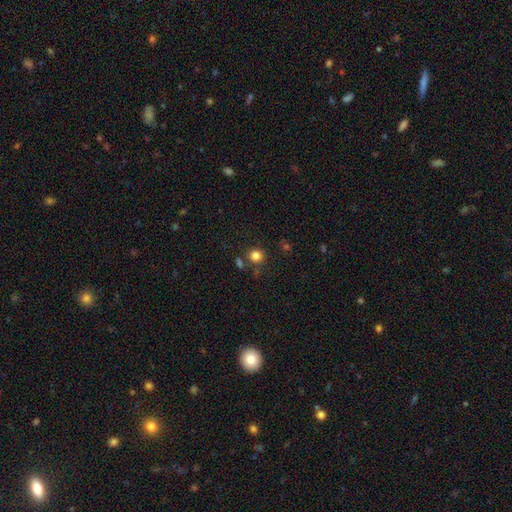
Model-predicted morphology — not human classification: Smooth or featured?
  - smooth: 81% *
  - star or artifact: 13%
  - featured or disk: 6%
How rounded?
  - round: 90% *
  - in between: 9%
  - cigar-shaped: 1%
Merging?
  - none: 79% *
  - minor disturbance: 9%
  - merger: 9%
  - major disturbance: 3%